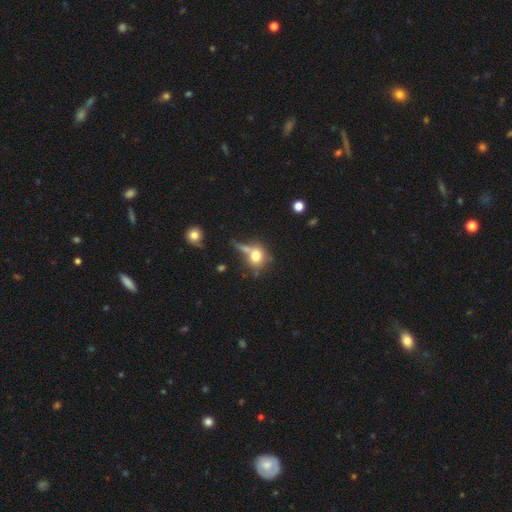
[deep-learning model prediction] Smooth or featured?
  - smooth: 71% *
  - featured or disk: 16%
  - star or artifact: 13%
How rounded?
  - round: 74% *
  - in between: 23%
  - cigar-shaped: 3%
Merging?
  - none: 47% *
  - merger: 23%
  - minor disturbance: 16%
  - major disturbance: 14%